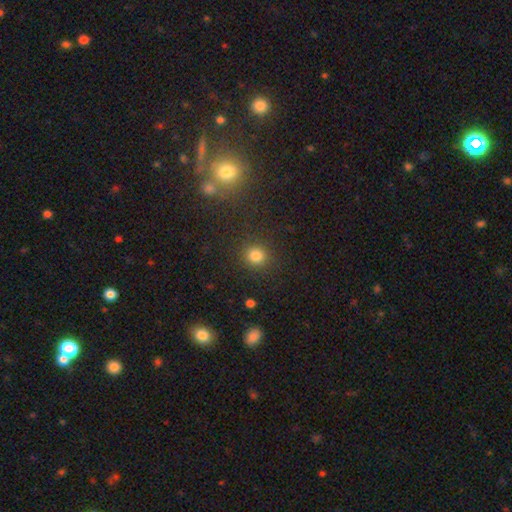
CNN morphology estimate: A smooth galaxy with no disk features (80%) that is round (88%).

Vote fractions:
- Smooth or featured? smooth: 80% / star or artifact: 14% / featured or disk: 5%
- How rounded? round: 88% / in between: 10% / cigar-shaped: 1%
- Merging? none: 87% / minor disturbance: 7% / major disturbance: 3% / merger: 2%